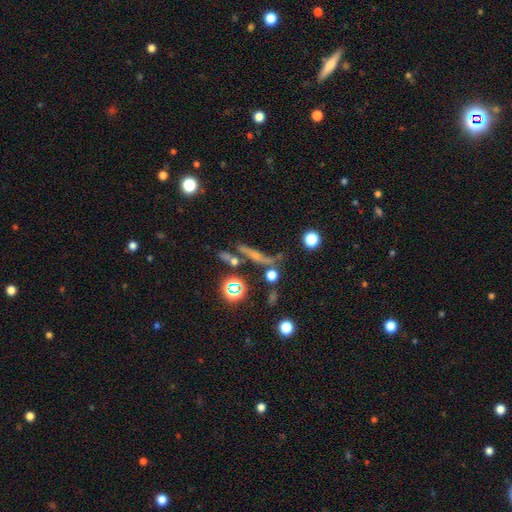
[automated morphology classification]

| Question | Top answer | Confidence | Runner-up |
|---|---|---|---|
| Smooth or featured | featured or disk | 43% | star or artifact (30%) |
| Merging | none | 62% | minor disturbance (16%) |